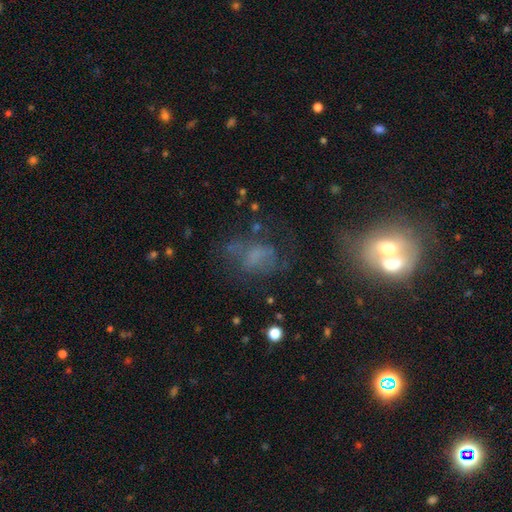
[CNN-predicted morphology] Overall: smooth (46%; featured or disk 31%). Merging: none (46%; major disturbance 27%).